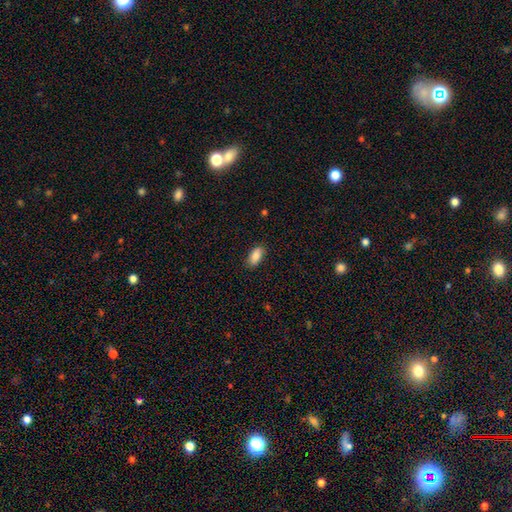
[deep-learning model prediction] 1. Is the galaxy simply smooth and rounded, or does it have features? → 87% smooth, 7% star or artifact, 6% featured or disk.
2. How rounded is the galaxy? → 91% in between, 7% cigar-shaped, 3% round.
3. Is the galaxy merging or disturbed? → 86% none, 11% minor disturbance, 2% major disturbance, 1% merger.